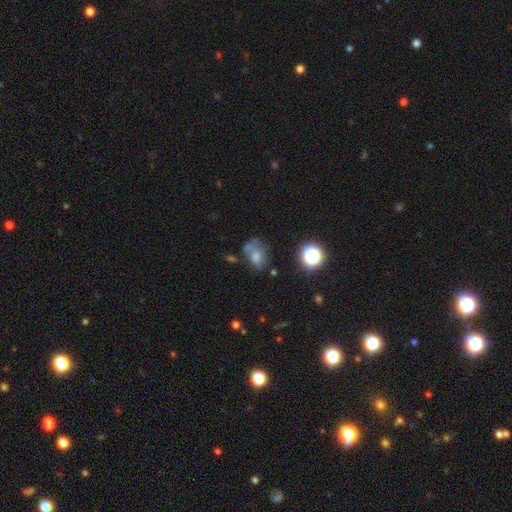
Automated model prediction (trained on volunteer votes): smooth 58%, featured or disk 25%, star or artifact 18%. Down the decision tree: how rounded — in between (68%); merging — none (35%).